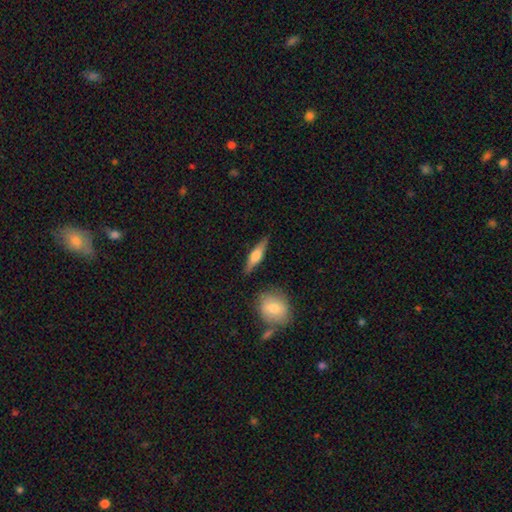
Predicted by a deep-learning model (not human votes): smooth-or-featured: featured or disk: 54% | smooth: 40% | star or artifact: 6%
  disk-edge-on: yes: 94% | no: 6%
    edge-on-bulge: rounded: 88% | boxy: 8% | none: 3%
  merging: none: 85% | minor disturbance: 10% | merger: 3% | major disturbance: 2%